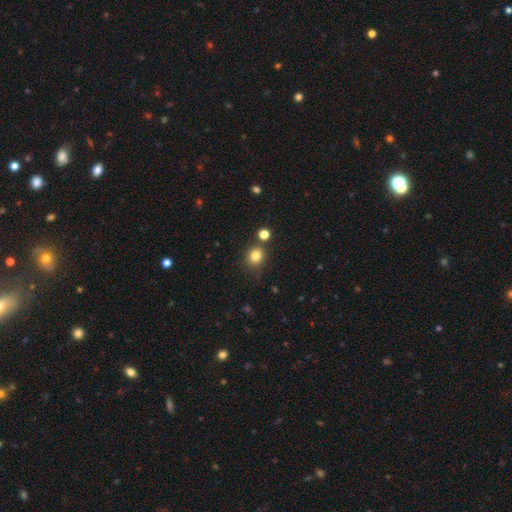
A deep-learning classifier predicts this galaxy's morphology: A smooth galaxy with no disk features (81%) that is round (79%).

Vote fractions:
- Smooth or featured? smooth: 81% / star or artifact: 13% / featured or disk: 6%
- How rounded? round: 79% / in between: 21% / cigar-shaped: 1%
- Merging? none: 76% / minor disturbance: 11% / merger: 9% / major disturbance: 3%